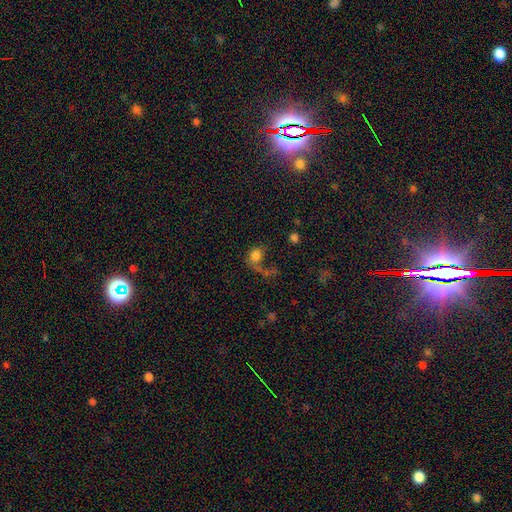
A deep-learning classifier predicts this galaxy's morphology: A smooth galaxy with no disk features (71%) that is round (57%). Merging: major disturbance (34%).